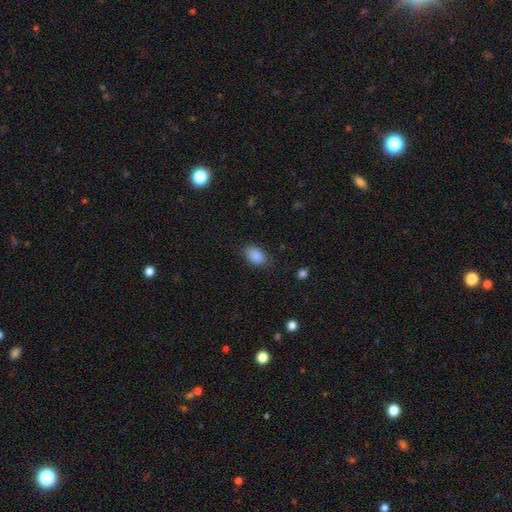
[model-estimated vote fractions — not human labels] smooth_or_featured: smooth (p=0.89) [alt: star or artifact p=0.08]
how_rounded: in between (p=0.89) [alt: round p=0.10]
merging: none (p=0.81) [alt: minor disturbance p=0.14]